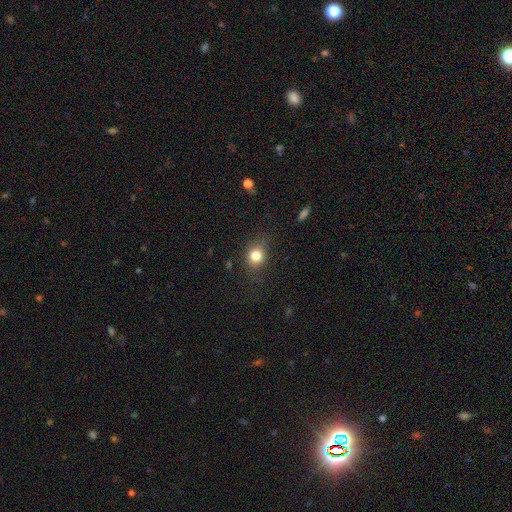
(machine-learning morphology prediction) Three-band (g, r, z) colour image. It shows a smooth galaxy with no disk features (80%) that is round (69%). Merging: none (76%).